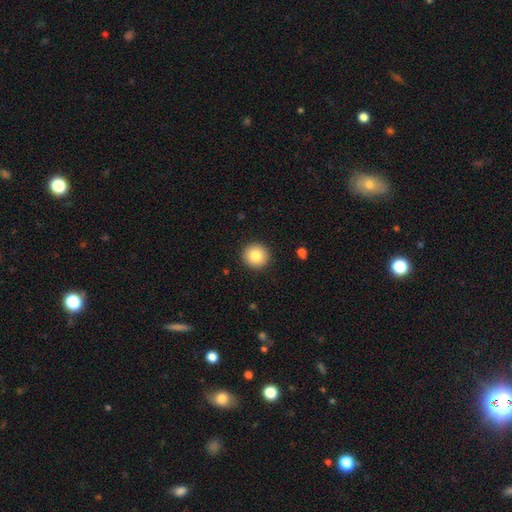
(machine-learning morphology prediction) Overall: smooth (84%). How rounded: round (94%). Merging: none (92%).